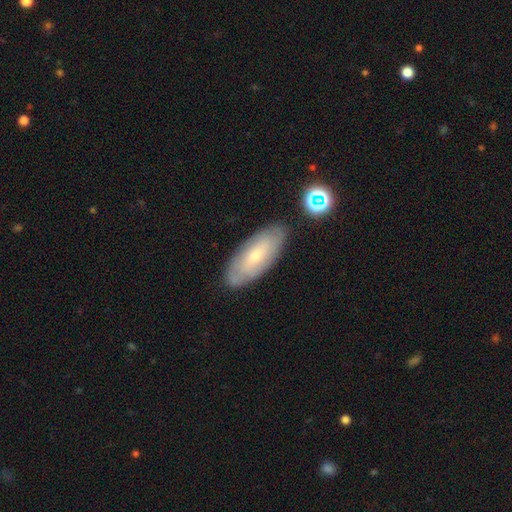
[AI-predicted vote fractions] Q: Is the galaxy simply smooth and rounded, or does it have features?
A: smooth — 47%.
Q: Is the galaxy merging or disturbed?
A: none — 81%.